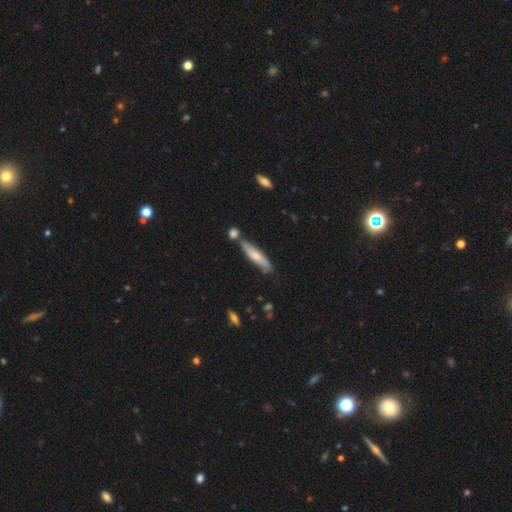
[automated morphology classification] A smooth galaxy with no disk features (62%) that is cigar-shaped (82%). Merging: none (68%).